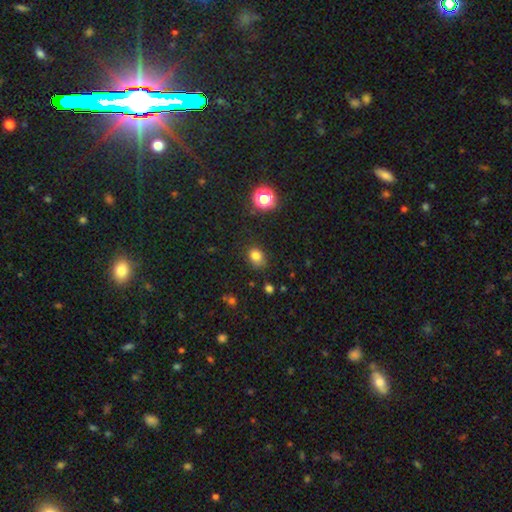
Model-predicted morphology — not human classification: This is likely a smooth galaxy (79%). How rounded: possibly in between (55%). Merging: likely none (73%).